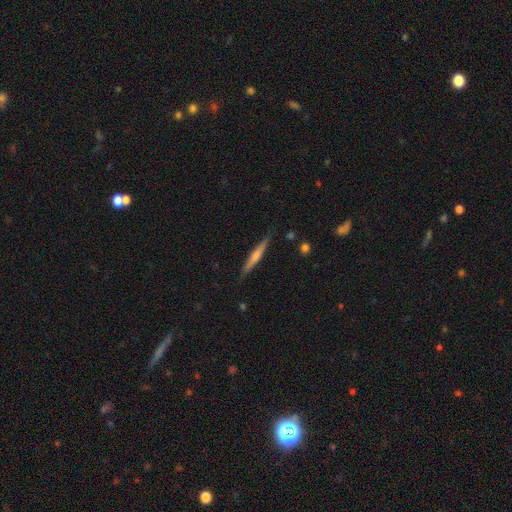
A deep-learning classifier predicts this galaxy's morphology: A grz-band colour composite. It shows a featured or disk galaxy (60%) viewed edge-on (97%) with a rounded central bulge (62%). Merging: none (88%).